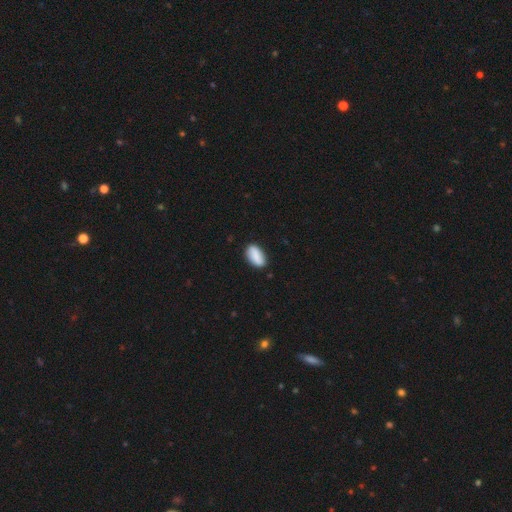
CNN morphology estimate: Smooth or featured? Predicted: smooth (p=0.85). How rounded? Predicted: in between (p=0.91). Merging? Predicted: none (p=0.81).